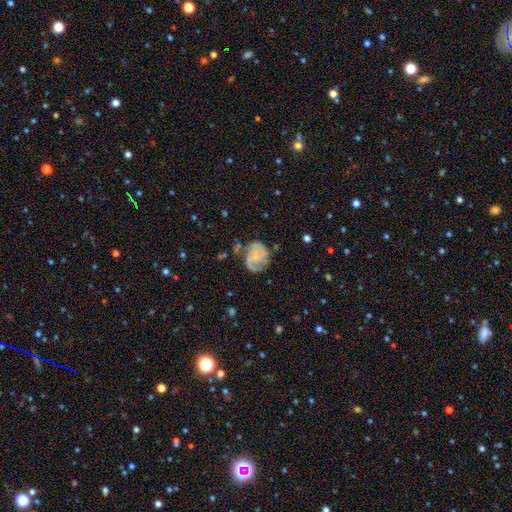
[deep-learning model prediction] featured or disk 75%, smooth 19%, star or artifact 6%. Down the decision tree: edge-on disk — no (98%); bar — no (69%); spiral arms — yes (92%); spiral arm count — 2 (51%); spiral winding — tight (43%); bulge size — small (65%); merging — none (58%).